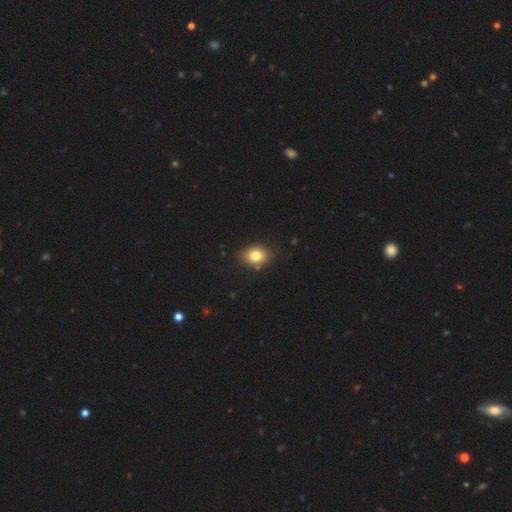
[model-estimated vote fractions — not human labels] Q: Smooth or featured?
A: smooth (81%); runner-up: star or artifact (10%)
Q: How rounded?
A: in between (66%); runner-up: round (33%)
Q: Merging?
A: none (85%); runner-up: minor disturbance (11%)